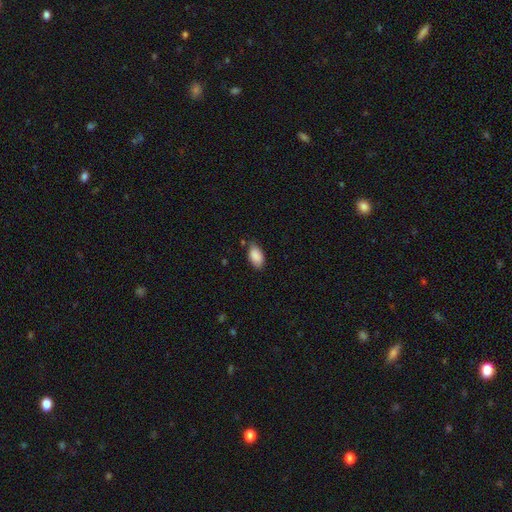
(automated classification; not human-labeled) smooth 89%, star or artifact 7%, featured or disk 4%. Down the decision tree: how rounded — in between (94%); merging — none (77%).